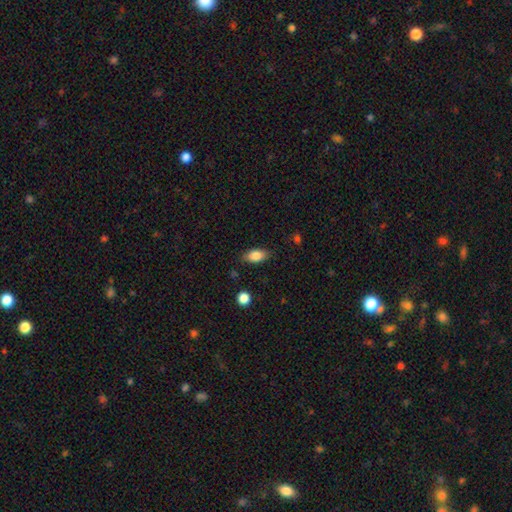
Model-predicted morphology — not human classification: smooth_or_featured: smooth (p=0.83) [alt: featured or disk p=0.09]
how_rounded: in between (p=0.88) [alt: cigar-shaped p=0.06]
merging: none (p=0.82) [alt: minor disturbance p=0.13]